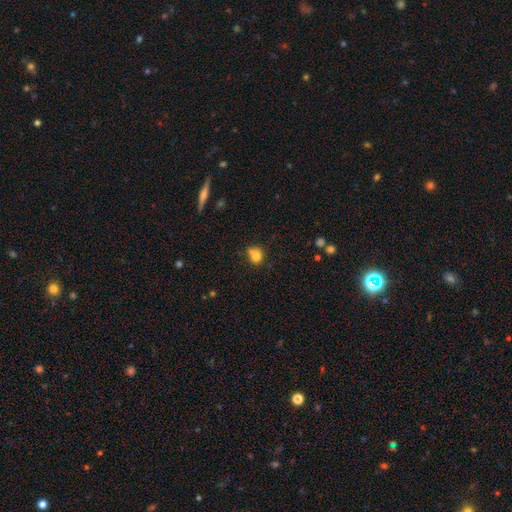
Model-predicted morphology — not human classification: smooth 77%, star or artifact 12%, featured or disk 11%. Down the decision tree: how rounded — round (72%); merging — none (47%).